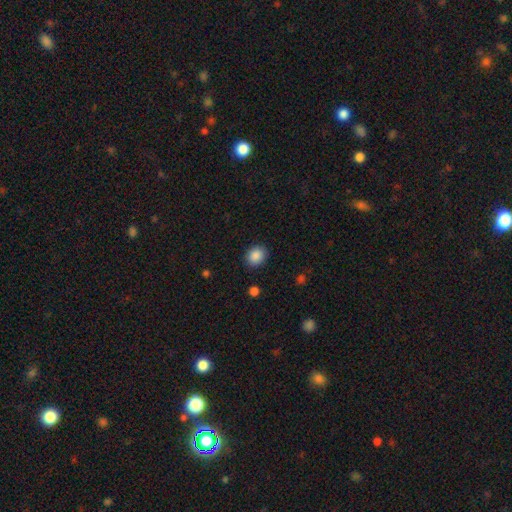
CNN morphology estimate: This is clearly a smooth galaxy (88%). How rounded: likely round (60%). Merging: clearly none (88%).